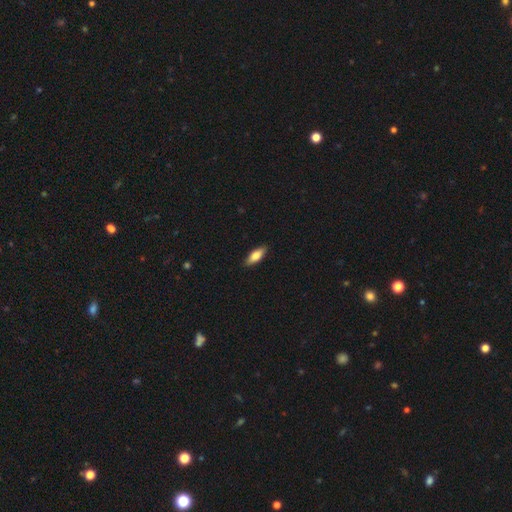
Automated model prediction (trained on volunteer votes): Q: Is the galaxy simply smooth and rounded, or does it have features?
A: smooth — 72%.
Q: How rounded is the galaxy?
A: in between — 65%.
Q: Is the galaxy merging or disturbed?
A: none — 89%.